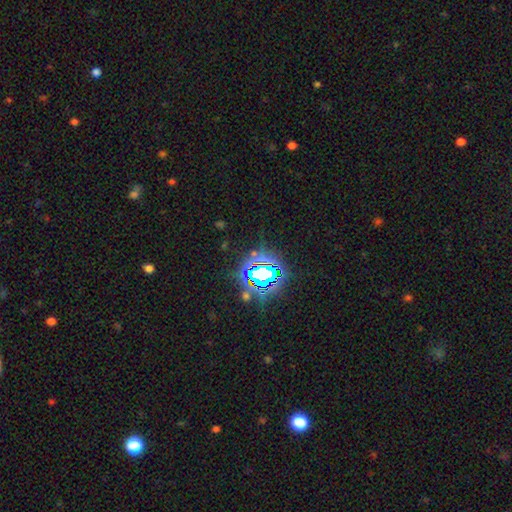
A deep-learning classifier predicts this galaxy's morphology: Smooth or featured: star or artifact — 78% (smooth — 14%)